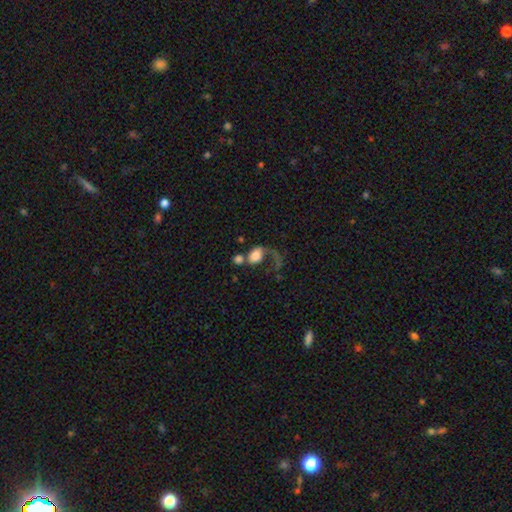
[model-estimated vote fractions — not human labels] Q: Smooth or featured?
A: smooth (59%); runner-up: featured or disk (32%)
Q: How rounded?
A: in between (64%); runner-up: round (34%)
Q: Merging?
A: major disturbance (38%); runner-up: merger (32%)